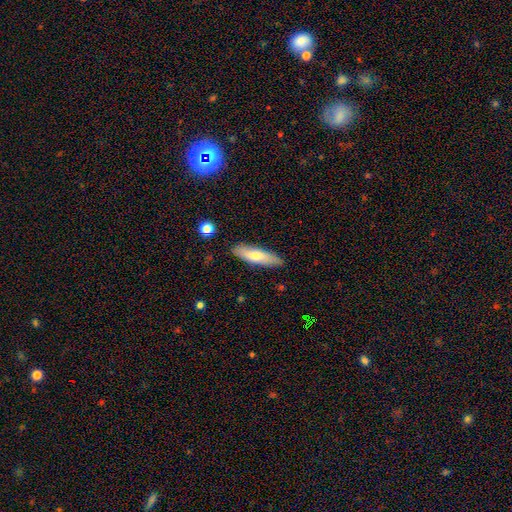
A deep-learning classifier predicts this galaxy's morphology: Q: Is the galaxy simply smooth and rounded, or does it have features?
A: smooth — 67%.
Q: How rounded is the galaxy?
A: cigar-shaped — 59%.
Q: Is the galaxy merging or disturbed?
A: none — 85%.